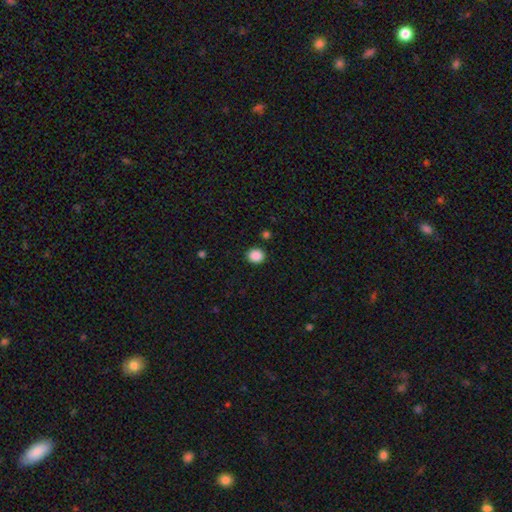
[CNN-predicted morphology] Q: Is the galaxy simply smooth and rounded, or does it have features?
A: smooth — 88%.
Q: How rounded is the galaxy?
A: round — 79%.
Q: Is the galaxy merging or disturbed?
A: none — 90%.